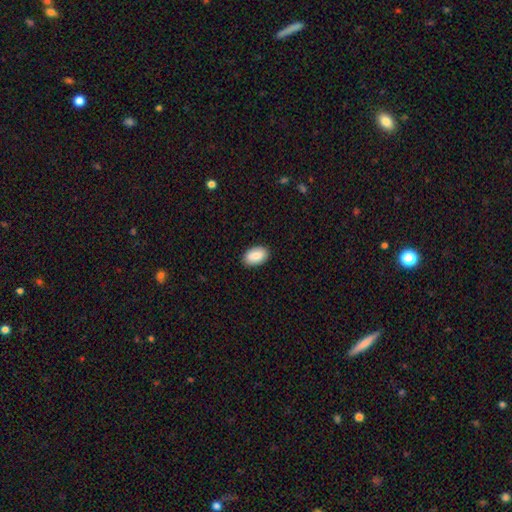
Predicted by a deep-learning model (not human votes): A smooth galaxy with no disk features (88%) that is in between round and cigar-shaped (93%). Merging: none (89%).